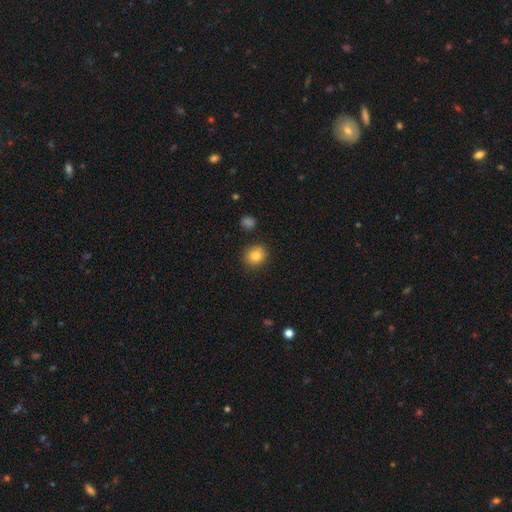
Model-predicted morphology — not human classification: Smooth or featured? Predicted: smooth (p=0.83). How rounded? Predicted: round (p=0.82). Merging? Predicted: none (p=0.87).